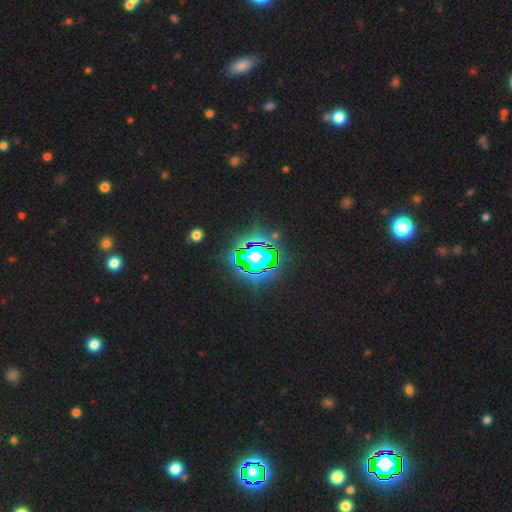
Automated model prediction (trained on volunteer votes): Q: Smooth or featured?
A: star or artifact (63%); runner-up: featured or disk (19%)